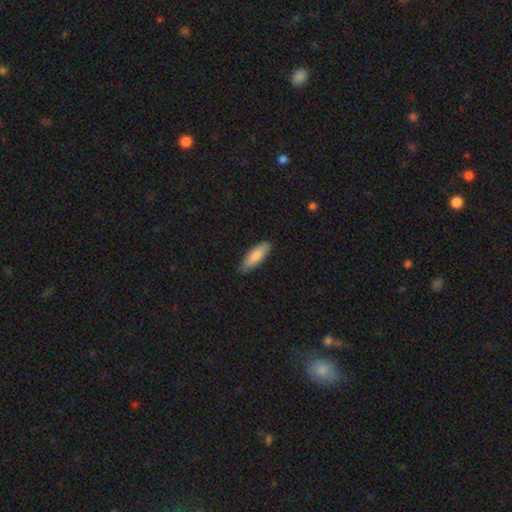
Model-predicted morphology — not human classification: A smooth galaxy with no disk features (84%) that is in between round and cigar-shaped (55%).

Vote fractions:
- Smooth or featured? smooth: 84% / featured or disk: 11% / star or artifact: 5%
- How rounded? in between: 55% / cigar-shaped: 44% / round: 2%
- Merging? none: 85% / minor disturbance: 12% / major disturbance: 2% / merger: 1%